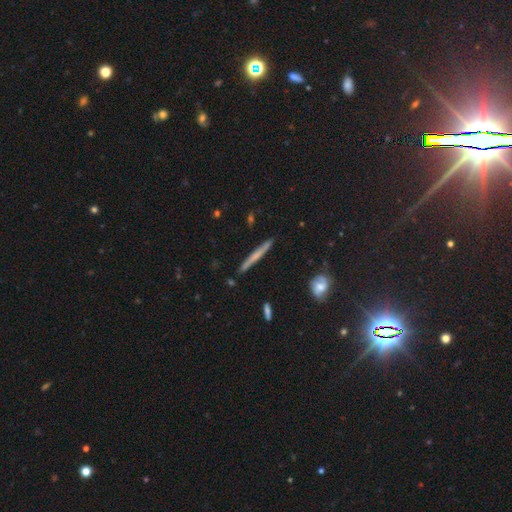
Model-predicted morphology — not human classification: smooth_or_featured: featured or disk (p=0.52) [alt: smooth p=0.42]
disk_edge_on: yes (p=0.96) [alt: no p=0.04]
merging: none (p=0.89) [alt: minor disturbance p=0.08]